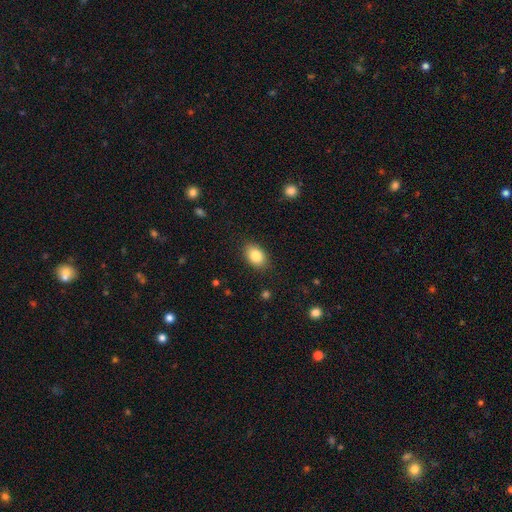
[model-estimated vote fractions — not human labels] Smooth or featured? Predicted: smooth (p=0.84). How rounded? Predicted: in between (p=0.84). Merging? Predicted: none (p=0.87).